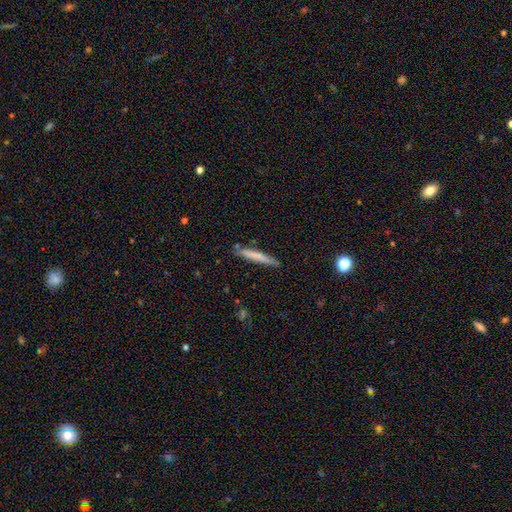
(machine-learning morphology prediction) Smooth or featured? smooth (70%)
How rounded? cigar-shaped (95%)
Merging? none (83%)